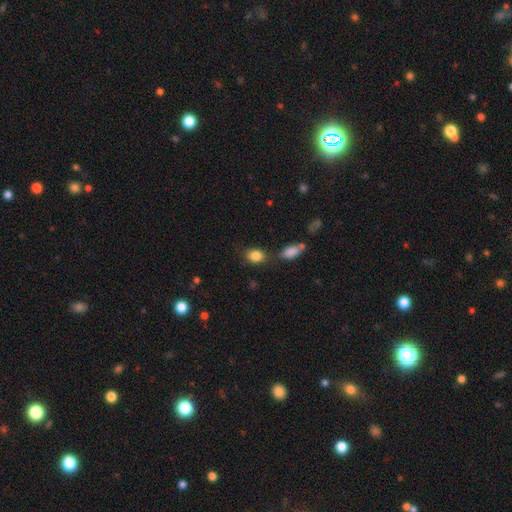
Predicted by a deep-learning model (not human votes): Smooth or featured: smooth — 84% (star or artifact — 9%)
How rounded: in between — 63% (round — 35%)
Merging: none — 65% (minor disturbance — 15%)